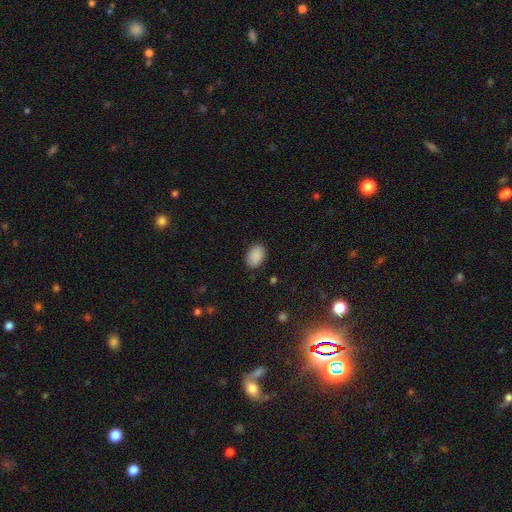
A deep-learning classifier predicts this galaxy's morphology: The model was most divided on "how rounded": in between: 88%, round: 11%, cigar-shaped: 1%. More confident: smooth or featured — smooth (90%); merging — none (88%).